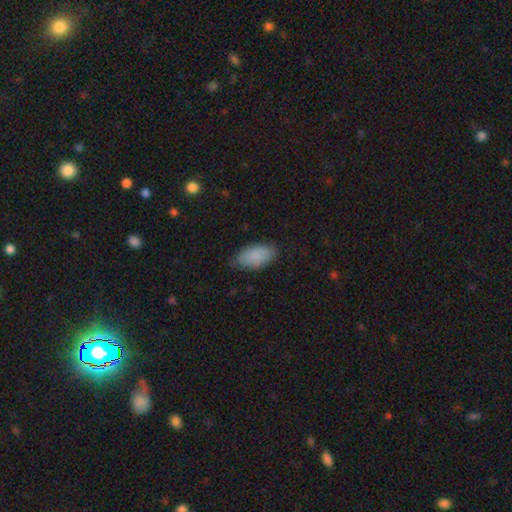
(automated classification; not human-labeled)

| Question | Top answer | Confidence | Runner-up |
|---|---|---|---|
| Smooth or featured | smooth | 88% | star or artifact (6%) |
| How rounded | in between | 93% | cigar-shaped (5%) |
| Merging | none | 76% | minor disturbance (20%) |